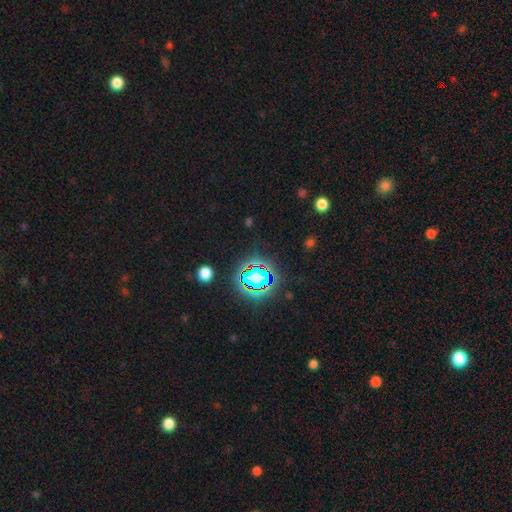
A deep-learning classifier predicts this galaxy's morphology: Smooth or featured? star or artifact (76%)